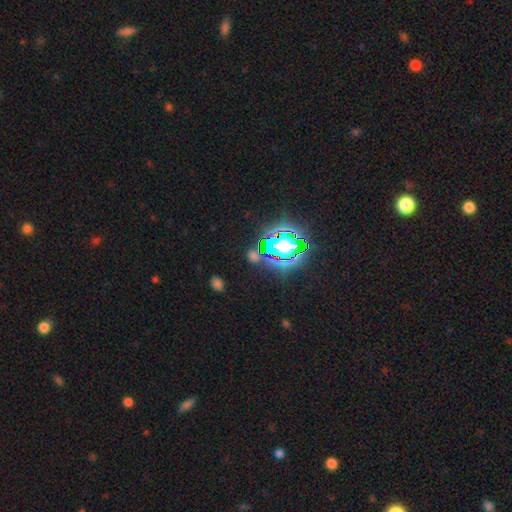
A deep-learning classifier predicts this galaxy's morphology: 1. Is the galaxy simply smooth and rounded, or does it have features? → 64% star or artifact, 25% smooth, 11% featured or disk.